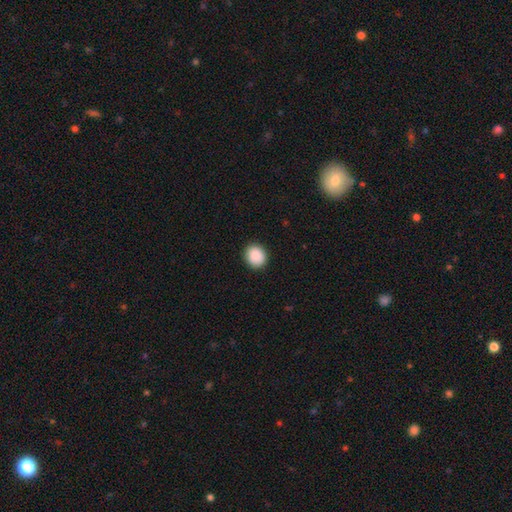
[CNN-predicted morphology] Smooth or featured: smooth — 90% (star or artifact — 8%)
How rounded: round — 74% (in between — 25%)
Merging: none — 91% (minor disturbance — 6%)